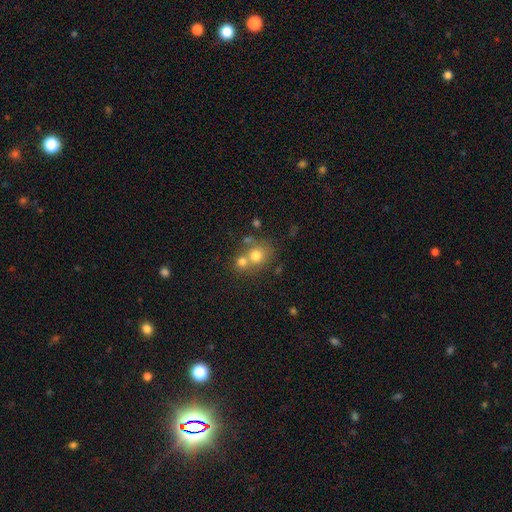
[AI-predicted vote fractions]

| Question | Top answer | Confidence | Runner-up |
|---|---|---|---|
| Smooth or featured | smooth | 73% | featured or disk (14%) |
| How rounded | round | 80% | in between (19%) |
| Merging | merger | 45% | none (43%) |